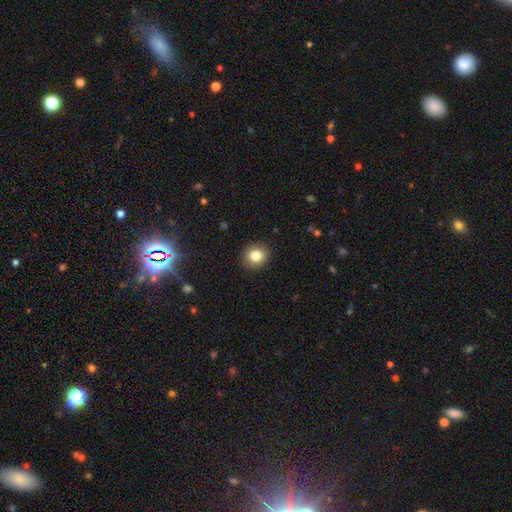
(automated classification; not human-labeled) Smooth or featured? Predicted: smooth (p=0.82). How rounded? Predicted: round (p=0.86). Merging? Predicted: none (p=0.91).